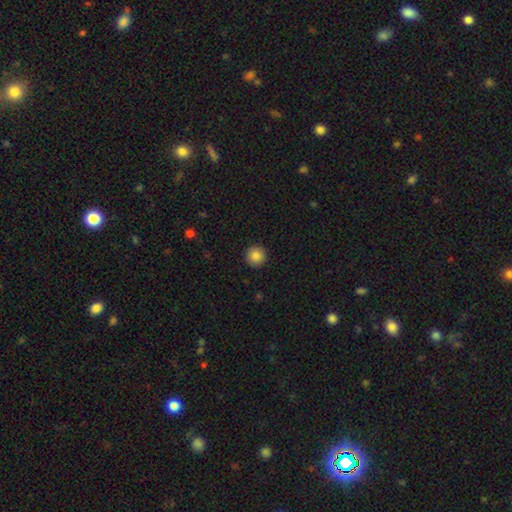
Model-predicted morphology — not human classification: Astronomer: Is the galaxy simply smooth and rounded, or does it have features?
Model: smooth — 85%.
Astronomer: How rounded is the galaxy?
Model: round — 96%.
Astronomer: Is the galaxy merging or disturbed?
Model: none — 92%.